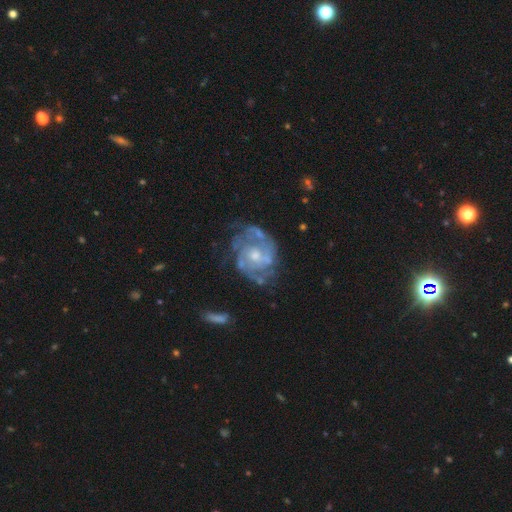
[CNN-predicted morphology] Overall: featured or disk (85%). Edge-on disk: no (98%). Bar: no (64%; weak 30%). Spiral arms: yes (89%). Spiral arm count: 2 (46%; can't tell 27%). Spiral winding: tight (47%; medium 41%). Bulge size: moderate (52%; small 41%). Merging: none (63%).